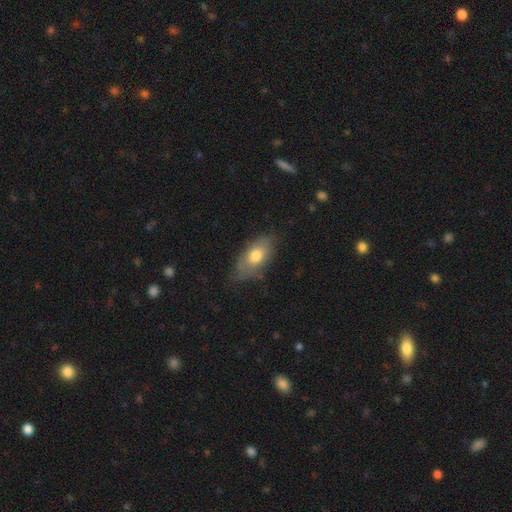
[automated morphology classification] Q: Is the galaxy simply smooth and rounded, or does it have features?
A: smooth — 69%.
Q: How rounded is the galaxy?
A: in between — 89%.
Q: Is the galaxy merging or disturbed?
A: none — 65%.